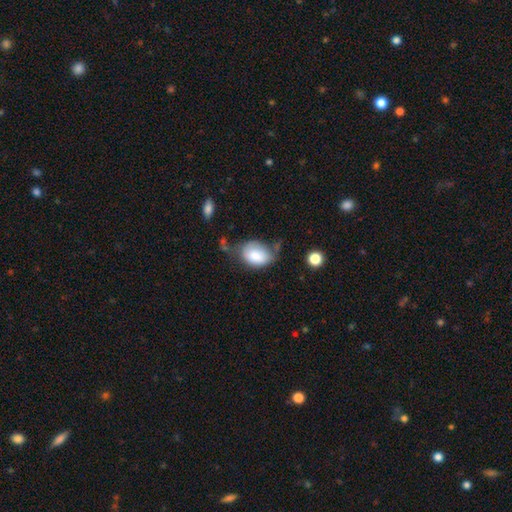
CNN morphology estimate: Smooth or featured: smooth — 82% (featured or disk — 11%)
How rounded: in between — 81% (round — 18%)
Merging: none — 39% (minor disturbance — 36%)